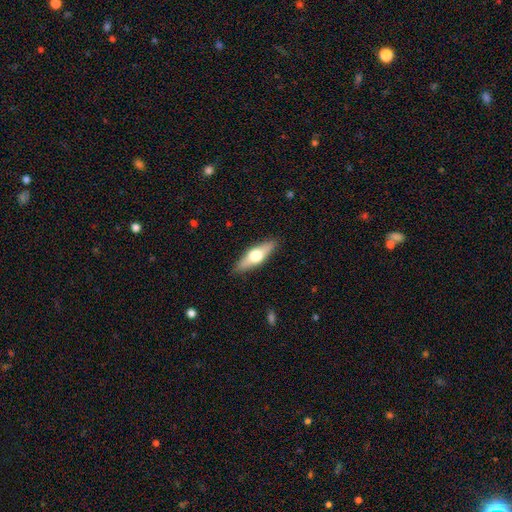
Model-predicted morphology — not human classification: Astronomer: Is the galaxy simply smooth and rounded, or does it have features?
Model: featured or disk — 50% (runner-up: smooth, 45%).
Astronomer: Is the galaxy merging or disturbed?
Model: none — 89%.